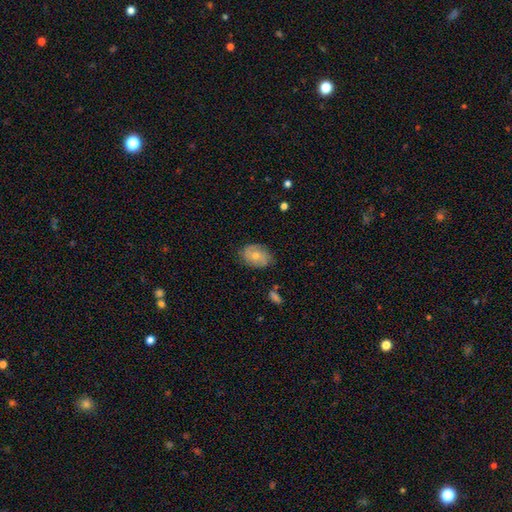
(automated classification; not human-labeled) Smooth or featured? Predicted: smooth (p=0.55). How rounded? Predicted: in between (p=0.70). Merging? Predicted: none (p=0.75).